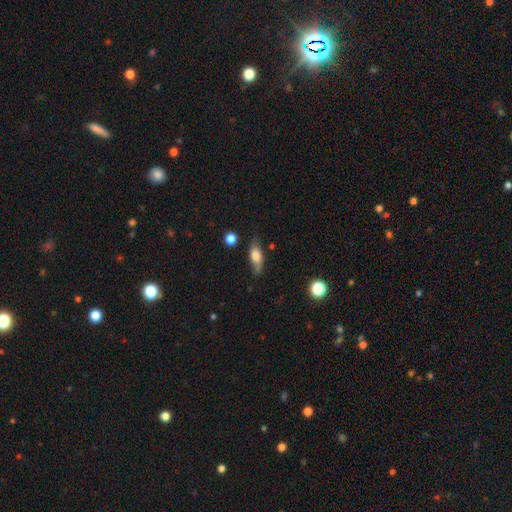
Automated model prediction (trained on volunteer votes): Smooth or featured?
  - smooth: 60% *
  - featured or disk: 32%
  - star or artifact: 8%
How rounded?
  - in between: 69% *
  - cigar-shaped: 25%
  - round: 6%
Merging?
  - none: 65% *
  - minor disturbance: 25%
  - major disturbance: 7%
  - merger: 3%